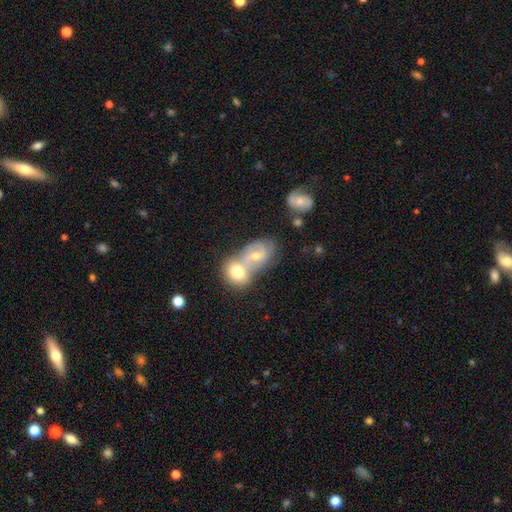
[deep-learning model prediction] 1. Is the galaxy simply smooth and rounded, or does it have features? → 48% featured or disk, 42% smooth, 10% star or artifact.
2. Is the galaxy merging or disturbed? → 68% merger, 21% none, 8% minor disturbance, 4% major disturbance.